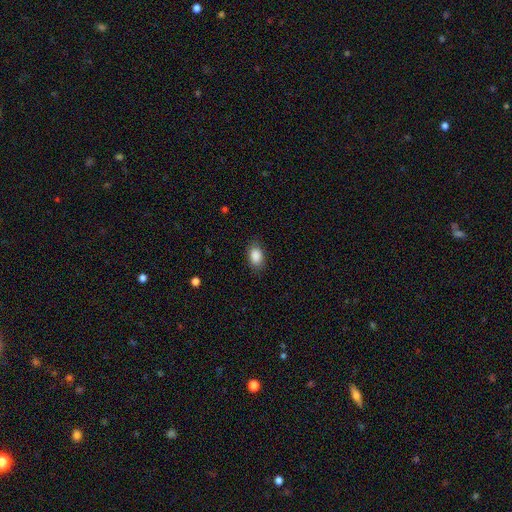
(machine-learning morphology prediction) The model was most divided on "how rounded": in between: 85%, round: 14%, cigar-shaped: 2%. More confident: smooth or featured — smooth (89%); merging — none (84%).